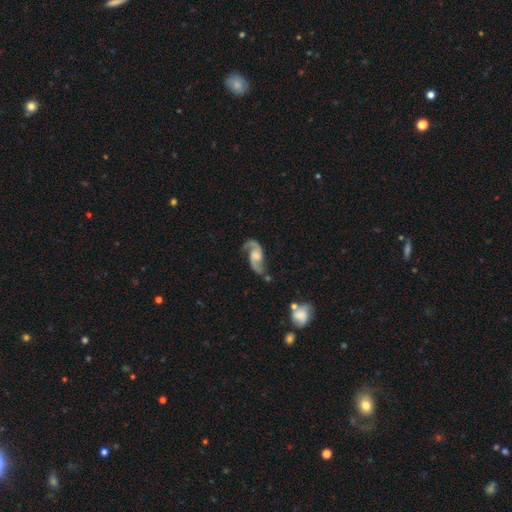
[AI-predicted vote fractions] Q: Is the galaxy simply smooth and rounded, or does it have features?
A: featured or disk — 89%.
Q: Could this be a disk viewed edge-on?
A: no — 97%.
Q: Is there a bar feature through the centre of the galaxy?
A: no — 53%.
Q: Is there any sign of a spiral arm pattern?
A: yes — 97%.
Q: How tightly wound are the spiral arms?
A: medium — 45%.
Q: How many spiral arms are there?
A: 2 — 93%.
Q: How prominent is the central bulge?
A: moderate — 34%.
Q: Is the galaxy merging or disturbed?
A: none — 68%.